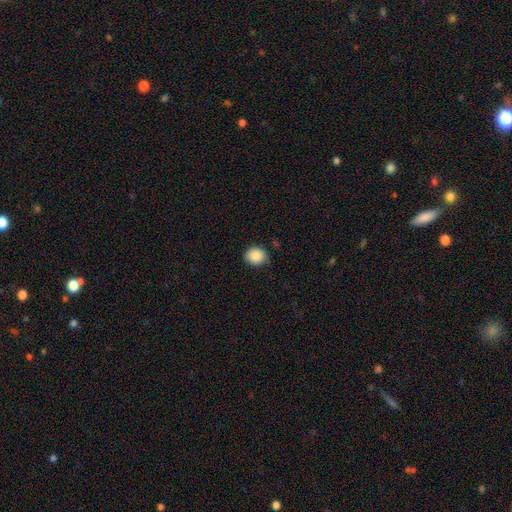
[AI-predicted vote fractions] smooth 87%, star or artifact 9%, featured or disk 4%. Down the decision tree: how rounded — round (78%); merging — none (80%).